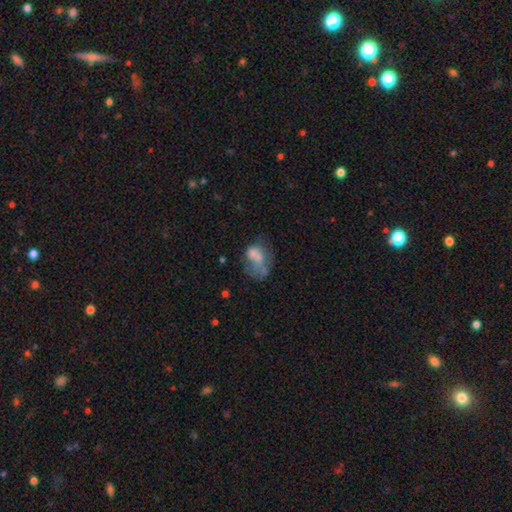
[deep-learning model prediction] The model was most divided on "merging": major disturbance: 30%, merger: 27%, none: 24%, minor disturbance: 19%. Remaining: smooth or featured — smooth (50%).